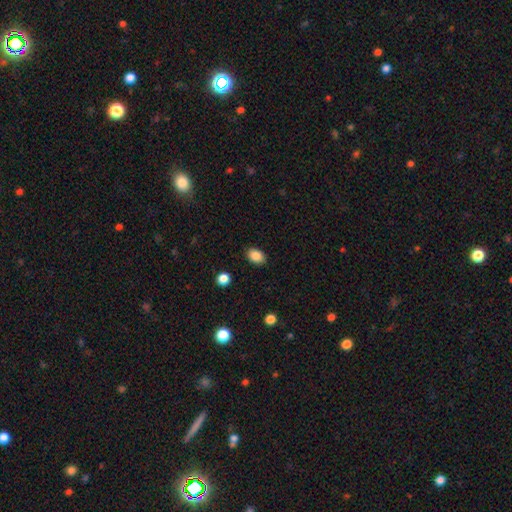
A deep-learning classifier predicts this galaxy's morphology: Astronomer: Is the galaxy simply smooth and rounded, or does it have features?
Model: smooth — 87%.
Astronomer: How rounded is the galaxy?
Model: in between — 79%.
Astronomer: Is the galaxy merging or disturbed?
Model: none — 88%.